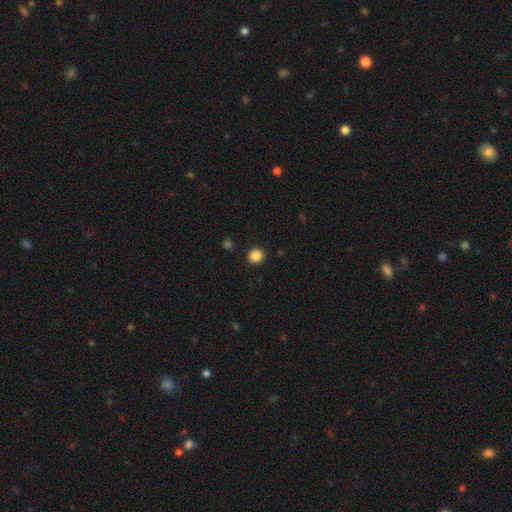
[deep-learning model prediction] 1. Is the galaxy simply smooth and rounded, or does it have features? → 85% smooth, 11% star or artifact, 3% featured or disk.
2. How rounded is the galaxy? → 91% round, 8% in between, 1% cigar-shaped.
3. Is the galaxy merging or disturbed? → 92% none, 5% minor disturbance, 2% major disturbance, 1% merger.